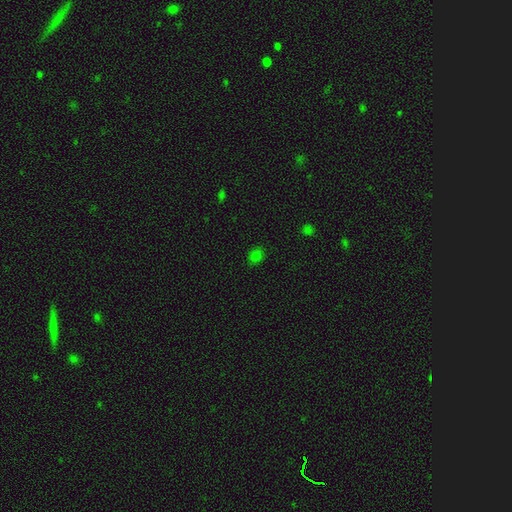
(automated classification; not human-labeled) Smooth or featured? smooth (77%)
How rounded? round (54%)
Merging? none (85%)